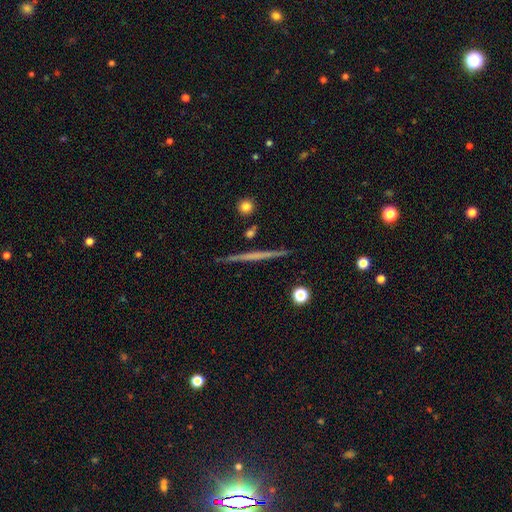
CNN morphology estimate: Smooth or featured: featured or disk — 59% (smooth — 34%)
Edge-on disk: yes — 98% (no — 2%)
Edge-on bulge: none — 89% (rounded — 8%)
Merging: none — 92% (minor disturbance — 6%)